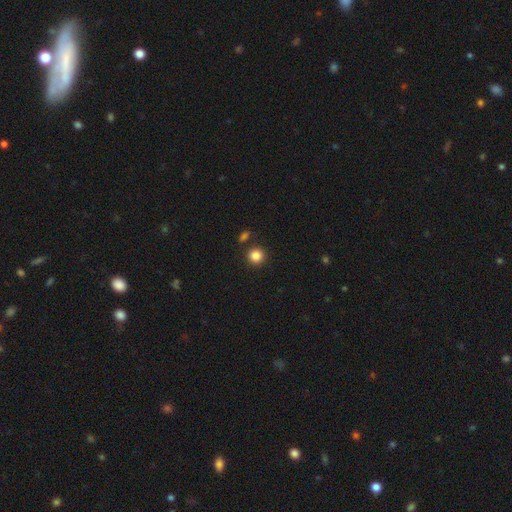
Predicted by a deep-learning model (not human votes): Smooth or featured?
  - smooth: 85% *
  - star or artifact: 11%
  - featured or disk: 4%
How rounded?
  - round: 93% *
  - in between: 6%
  - cigar-shaped: 1%
Merging?
  - none: 85% *
  - minor disturbance: 7%
  - merger: 6%
  - major disturbance: 3%